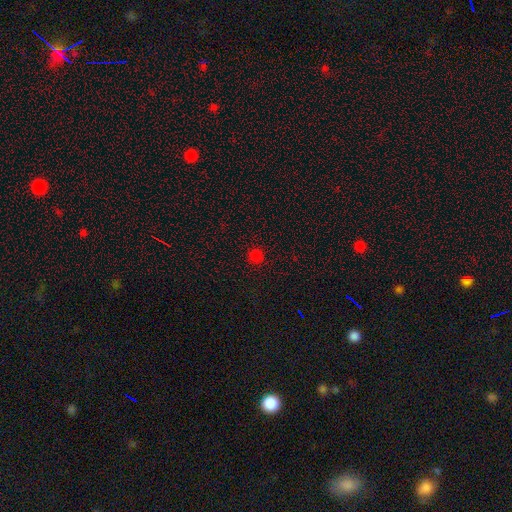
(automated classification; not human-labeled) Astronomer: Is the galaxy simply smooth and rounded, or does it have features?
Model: smooth — 79%.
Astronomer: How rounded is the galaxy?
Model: round — 95%.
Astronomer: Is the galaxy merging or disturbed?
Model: none — 92%.